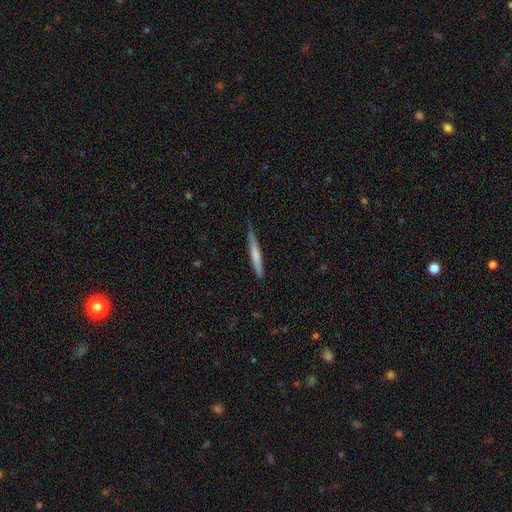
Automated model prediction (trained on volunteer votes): Smooth or featured? smooth (62%)
How rounded? cigar-shaped (96%)
Merging? none (80%)